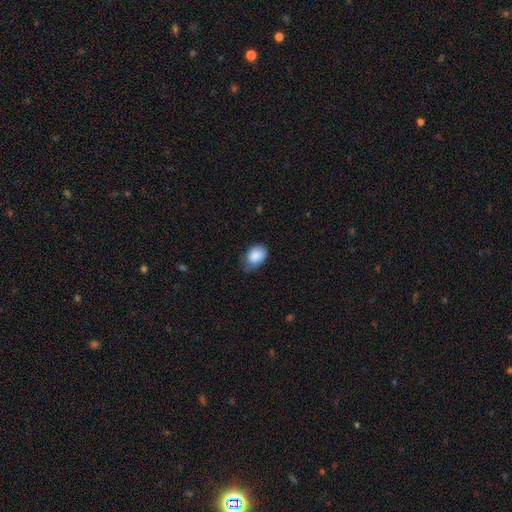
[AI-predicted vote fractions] Q: Smooth or featured?
A: smooth (87%); runner-up: star or artifact (7%)
Q: How rounded?
A: in between (81%); runner-up: round (18%)
Q: Merging?
A: none (51%); runner-up: minor disturbance (39%)